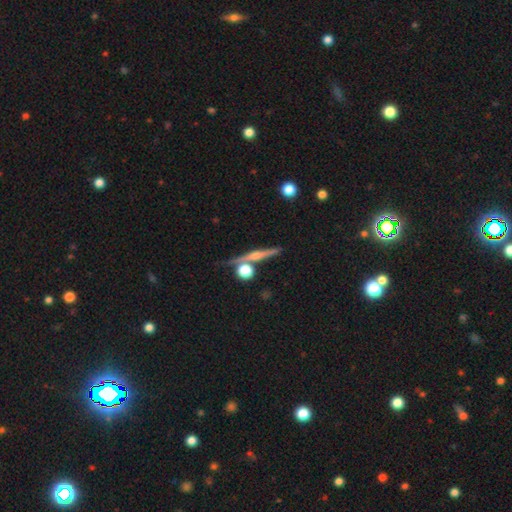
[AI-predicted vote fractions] Morphology: type=featured or disk (69%); edge-on=yes (96%); edge-on bulge=rounded (74%); merging=none (79%).